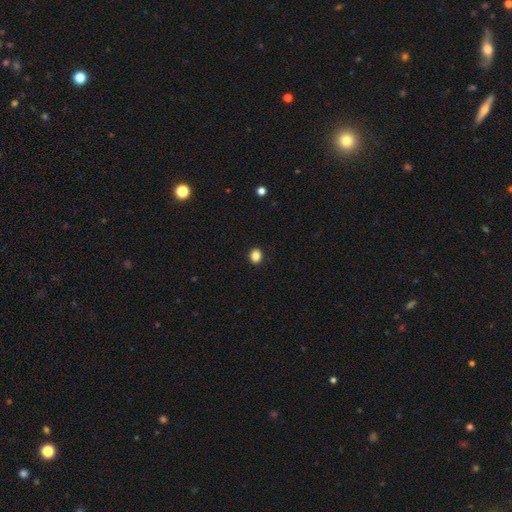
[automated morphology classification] This appears to be a smooth galaxy with no disk features (85%) that is round (66%). Merging: none (92%).